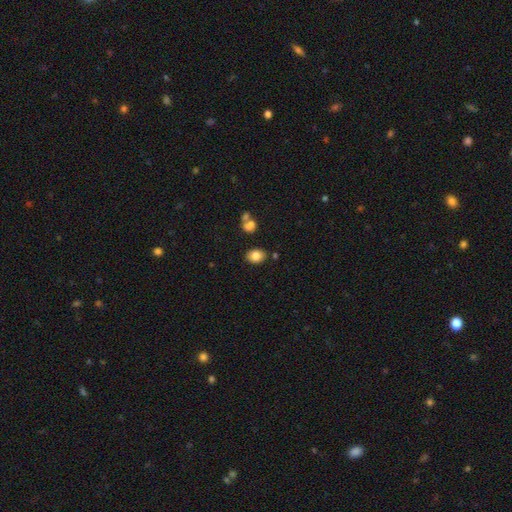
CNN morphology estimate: Smooth or featured? smooth (83%)
How rounded? in between (67%)
Merging? none (81%)